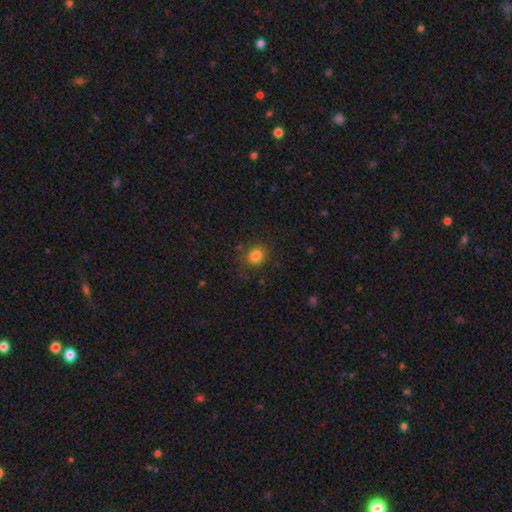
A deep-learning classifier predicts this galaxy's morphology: smooth-or-featured: smooth: 82% | star or artifact: 13% | featured or disk: 5%
  how-rounded: round: 85% | in between: 14% | cigar-shaped: 1%
  merging: none: 82% | minor disturbance: 12% | major disturbance: 4% | merger: 2%